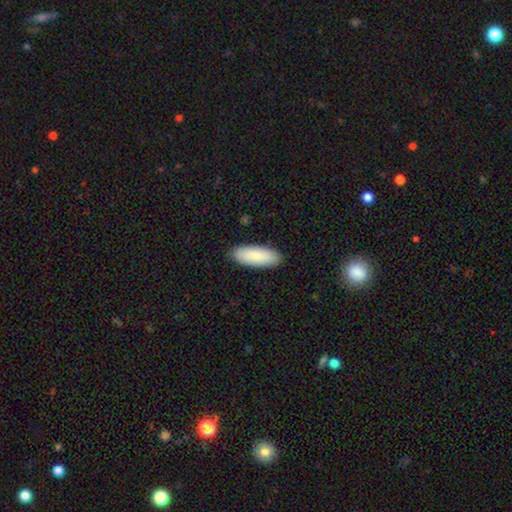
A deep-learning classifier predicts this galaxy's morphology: smooth-or-featured: smooth: 86% | featured or disk: 9% | star or artifact: 5%
  how-rounded: in between: 73% | cigar-shaped: 26% | round: 2%
  merging: none: 89% | minor disturbance: 8% | major disturbance: 2% | merger: 1%